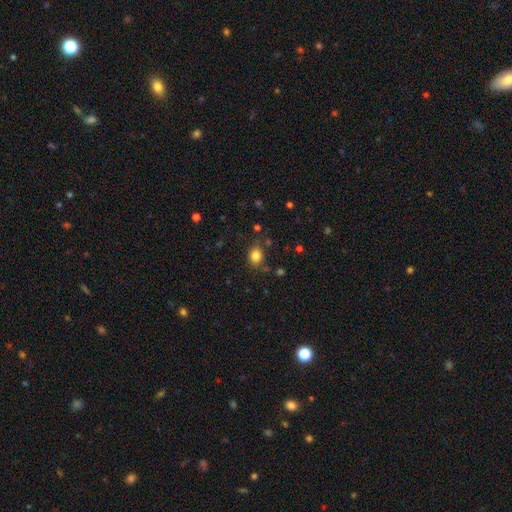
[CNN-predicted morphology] smooth-or-featured: smooth: 83% | star or artifact: 11% | featured or disk: 6%
  how-rounded: in between: 55% | round: 44% | cigar-shaped: 1%
  merging: none: 78% | minor disturbance: 14% | major disturbance: 4% | merger: 3%